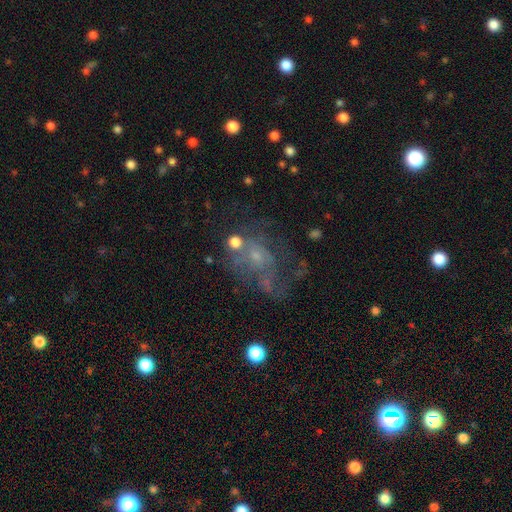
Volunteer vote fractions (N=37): A featured or disk galaxy (70%) with no bar (67%), tight (50%) spiral arms (58%) and a small central bulge (71%).

Vote fractions:
- Smooth or featured? featured or disk: 70% / smooth: 24% / star or artifact: 5%
- Edge-on disk? no: 92% / yes: 8%
- Bar? no: 67% / weak: 33% / strong: 0%
- Spiral arms? yes: 58% / no: 42%
- Spiral winding? tight: 50% / medium: 29% / loose: 21%
- Spiral arm count? can't tell: 57% / 2: 21% / 3: 14% / more than 4: 7% / 1: 0% / 4: 0%
- Bulge size? small: 71% / moderate: 12% / none: 12% / dominant: 4% / large: 0%
- Merging? none: 34% (tied) / major disturbance: 34% (tied) / minor disturbance: 23% / merger: 9%